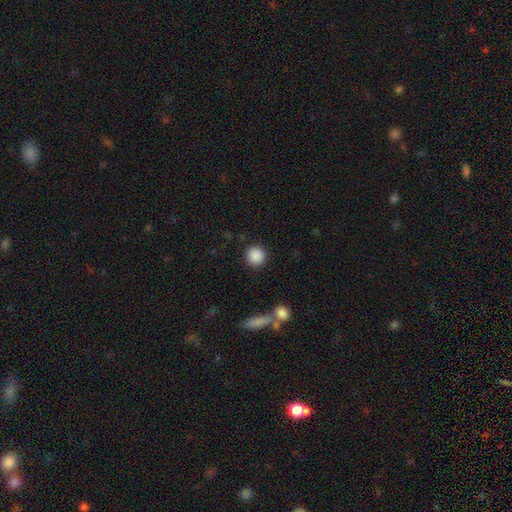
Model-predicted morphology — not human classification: Smooth or featured: smooth — 88% (star or artifact — 8%)
How rounded: round — 92% (in between — 7%)
Merging: none — 88% (minor disturbance — 6%)